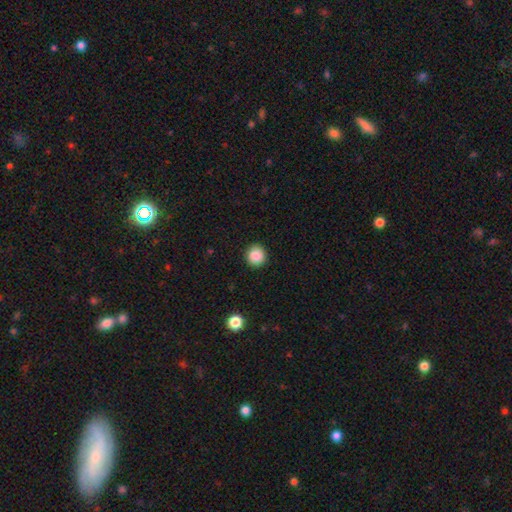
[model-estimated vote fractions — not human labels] Smooth or featured? smooth (87%)
How rounded? round (93%)
Merging? none (92%)